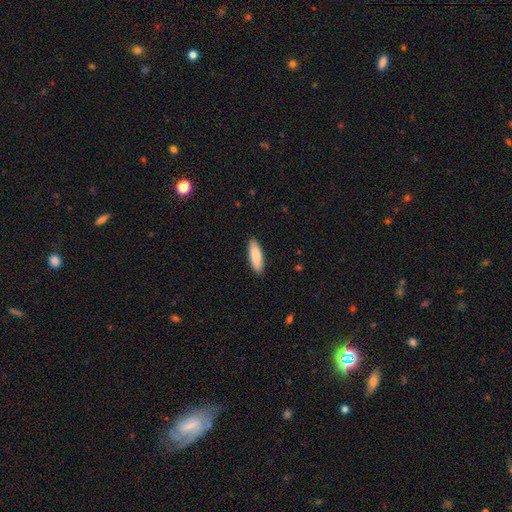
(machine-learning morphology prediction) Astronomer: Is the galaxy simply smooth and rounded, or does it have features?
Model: smooth — 87%.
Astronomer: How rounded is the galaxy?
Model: in between — 53% (runner-up: cigar-shaped, 46%).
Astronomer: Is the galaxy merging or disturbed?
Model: none — 90%.